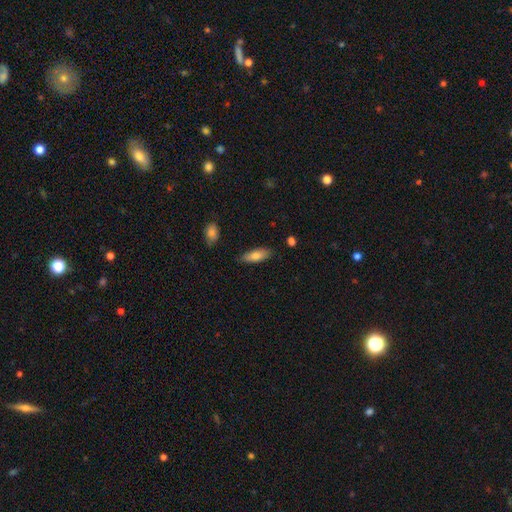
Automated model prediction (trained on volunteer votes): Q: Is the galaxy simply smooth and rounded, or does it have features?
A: smooth — 78%.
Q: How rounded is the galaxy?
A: in between — 66%.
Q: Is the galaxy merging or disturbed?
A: none — 82%.